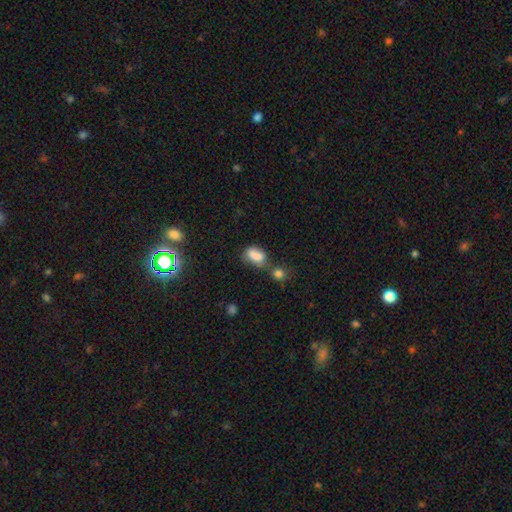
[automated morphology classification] smooth-or-featured: smooth: 77% | star or artifact: 12% | featured or disk: 11%
  how-rounded: in between: 81% | round: 16% | cigar-shaped: 3%
  merging: none: 36% | merger: 30% | minor disturbance: 22% | major disturbance: 12%